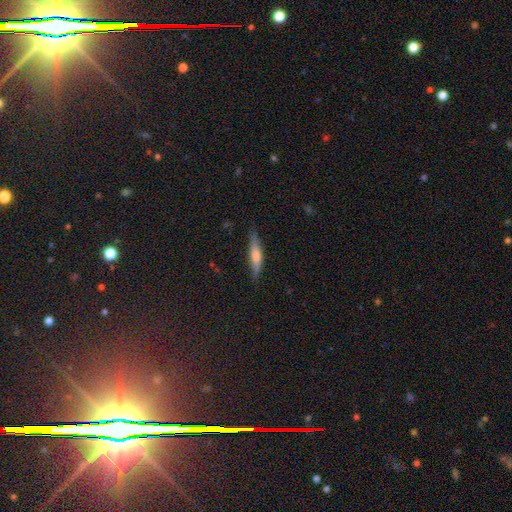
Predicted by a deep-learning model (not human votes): Overall: smooth (49%; featured or disk 44%). Merging: none (82%).